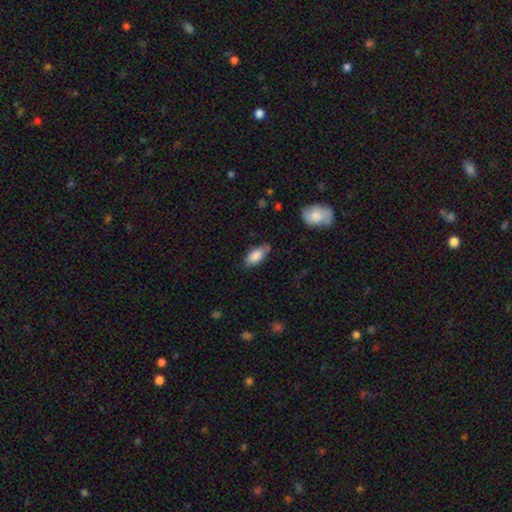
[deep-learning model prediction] Smooth or featured? smooth (85%)
How rounded? in between (88%)
Merging? none (69%)